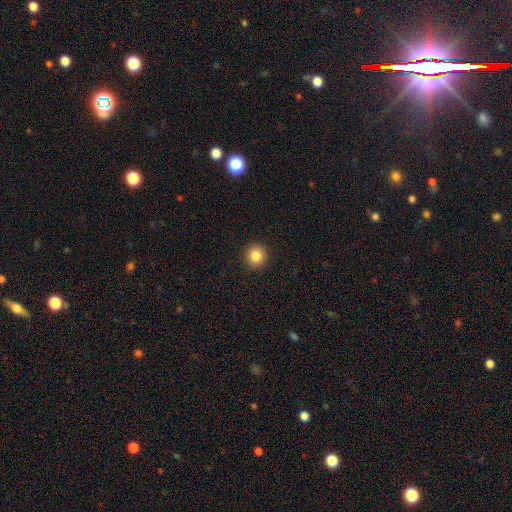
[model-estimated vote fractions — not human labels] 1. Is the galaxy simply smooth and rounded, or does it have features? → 85% smooth, 10% star or artifact, 5% featured or disk.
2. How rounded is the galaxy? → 92% round, 7% in between, 1% cigar-shaped.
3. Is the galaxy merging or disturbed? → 92% none, 5% minor disturbance, 2% major disturbance, 1% merger.